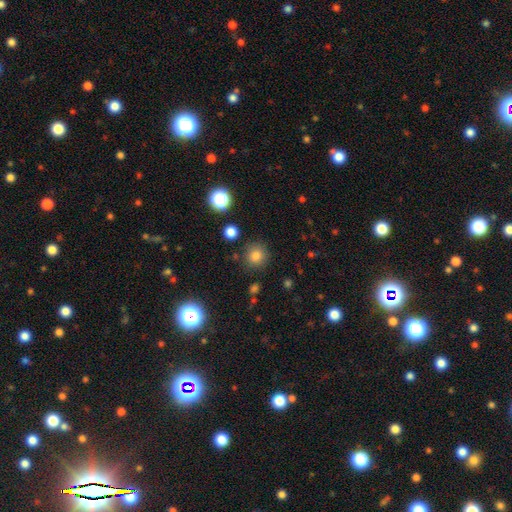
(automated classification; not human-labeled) Smooth or featured? smooth (81%)
How rounded? round (90%)
Merging? none (84%)